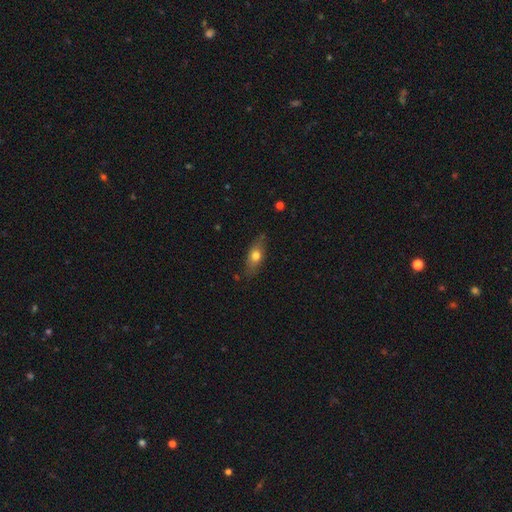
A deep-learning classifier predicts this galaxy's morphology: A smooth galaxy with no disk features (62%) that is in between round and cigar-shaped (67%).

Vote fractions:
- Smooth or featured? smooth: 62% / featured or disk: 30% / star or artifact: 7%
- How rounded? in between: 67% / cigar-shaped: 27% / round: 7%
- Merging? none: 78% / minor disturbance: 17% / major disturbance: 4% / merger: 2%